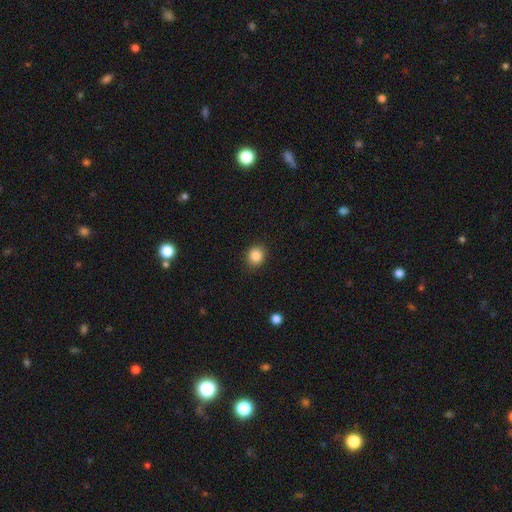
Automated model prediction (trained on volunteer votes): The model was most divided on "how rounded": round: 73%, in between: 26%, cigar-shaped: 1%. More confident: merging — none (87%); smooth or featured — smooth (87%).